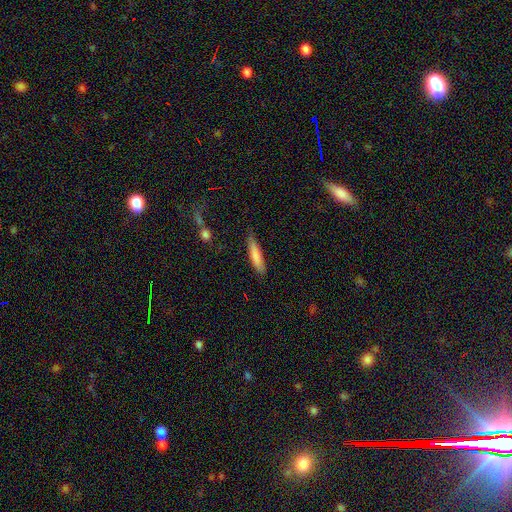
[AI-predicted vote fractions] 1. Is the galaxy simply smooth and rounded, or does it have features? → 81% smooth, 13% featured or disk, 6% star or artifact.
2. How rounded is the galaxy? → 82% cigar-shaped, 17% in between, 1% round.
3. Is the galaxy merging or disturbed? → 78% none, 17% minor disturbance, 3% major disturbance, 2% merger.